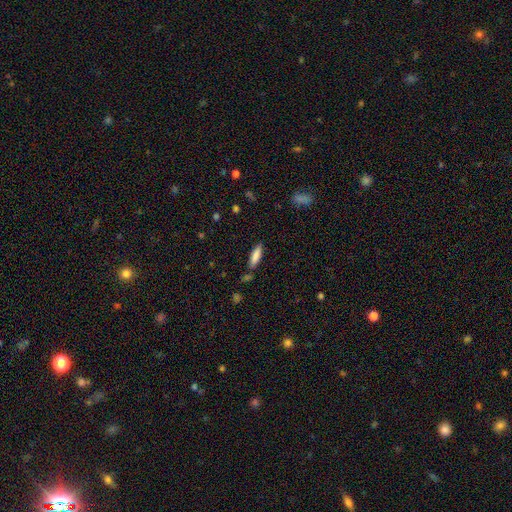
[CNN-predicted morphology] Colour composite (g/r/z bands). It shows a smooth galaxy with no disk features (83%) that is cigar-shaped (58%). Merging: none (80%).